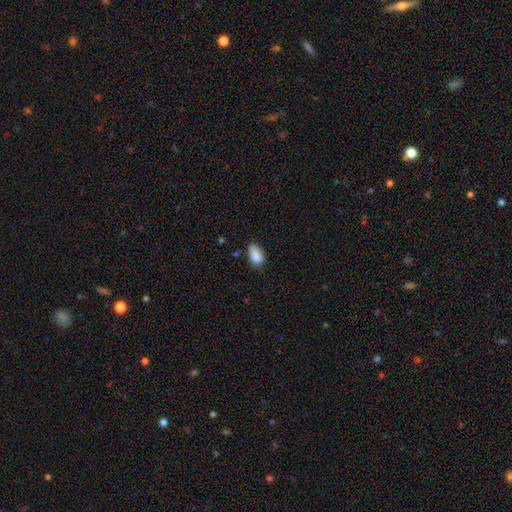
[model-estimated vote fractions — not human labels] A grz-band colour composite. It shows a smooth galaxy with no disk features (85%) that is in between round and cigar-shaped (90%). Merging: none (53%).